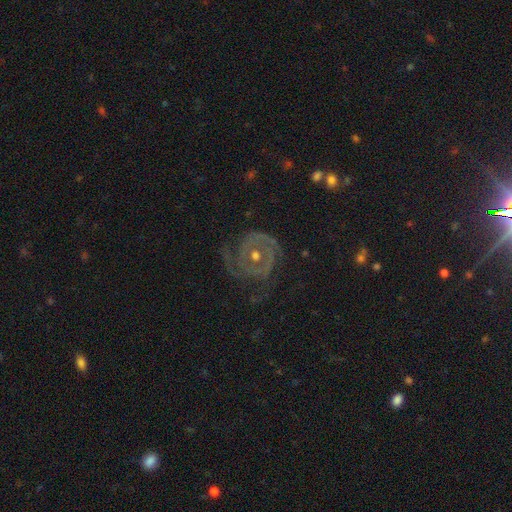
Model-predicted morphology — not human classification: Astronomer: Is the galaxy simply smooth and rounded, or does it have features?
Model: featured or disk — 85%.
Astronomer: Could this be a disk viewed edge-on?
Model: no — 97%.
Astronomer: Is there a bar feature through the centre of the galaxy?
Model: no — 69%.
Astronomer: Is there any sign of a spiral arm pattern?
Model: yes — 89%.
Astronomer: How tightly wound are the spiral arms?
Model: tight — 65%.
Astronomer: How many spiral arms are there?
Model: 2 — 45% (runner-up: can't tell, 22%).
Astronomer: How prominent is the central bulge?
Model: moderate — 64%.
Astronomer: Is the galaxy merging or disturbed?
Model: none — 64%.